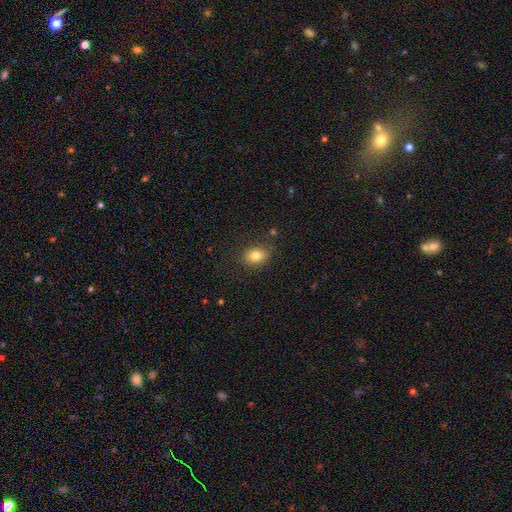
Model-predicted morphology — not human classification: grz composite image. It shows a smooth galaxy with no disk features (81%) that is in between round and cigar-shaped (63%). Merging: none (82%).